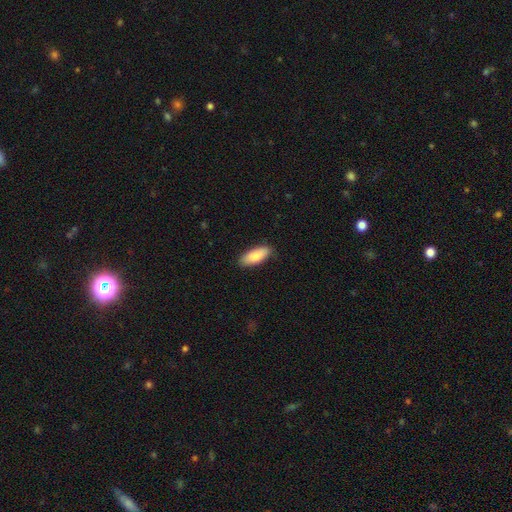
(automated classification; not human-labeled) A smooth galaxy with no disk features (87%) that is in between round and cigar-shaped (78%). Merging: none (86%).